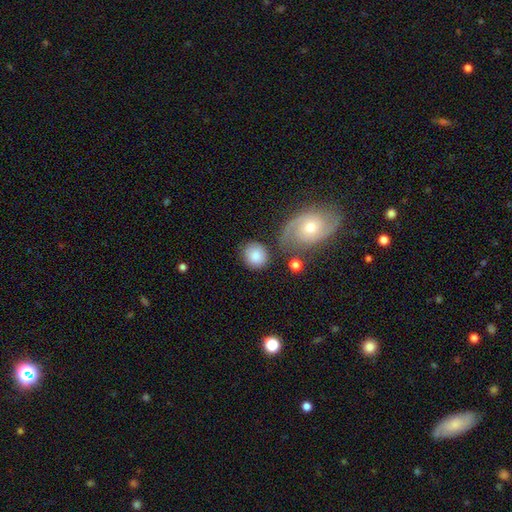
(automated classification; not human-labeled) Q: Smooth or featured?
A: smooth (82%); runner-up: featured or disk (11%)
Q: How rounded?
A: round (76%); runner-up: in between (23%)
Q: Merging?
A: none (71%); runner-up: minor disturbance (13%)